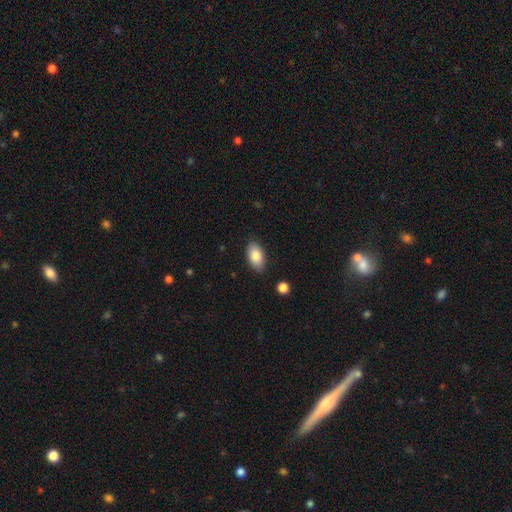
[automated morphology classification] type=smooth (83%); roundness=in between (93%); merging=none (84%).